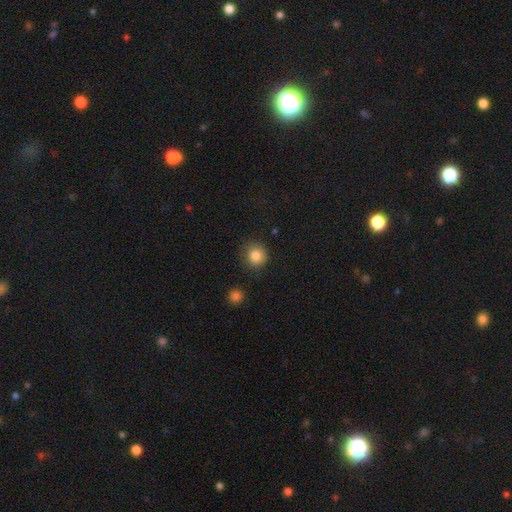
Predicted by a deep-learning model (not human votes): Smooth or featured?
  - smooth: 84% *
  - star or artifact: 10%
  - featured or disk: 6%
How rounded?
  - round: 87% *
  - in between: 12%
  - cigar-shaped: 1%
Merging?
  - none: 82% *
  - minor disturbance: 12%
  - major disturbance: 3%
  - merger: 2%